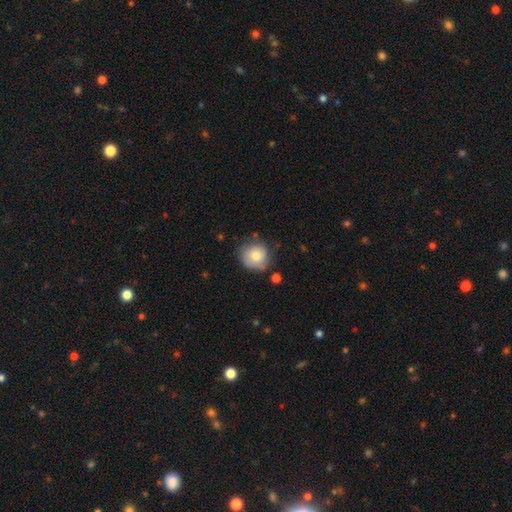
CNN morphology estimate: smooth_or_featured: smooth (p=0.73) [alt: featured or disk p=0.20]
how_rounded: round (p=0.90) [alt: in between p=0.09]
merging: none (p=0.69) [alt: minor disturbance p=0.22]